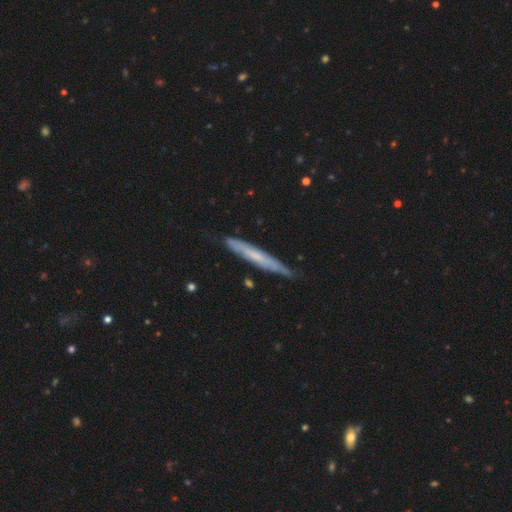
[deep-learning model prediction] Smooth or featured: featured or disk — 50% (smooth — 43%)
Edge-on disk: yes — 87% (no — 13%)
Merging: none — 82% (minor disturbance — 14%)